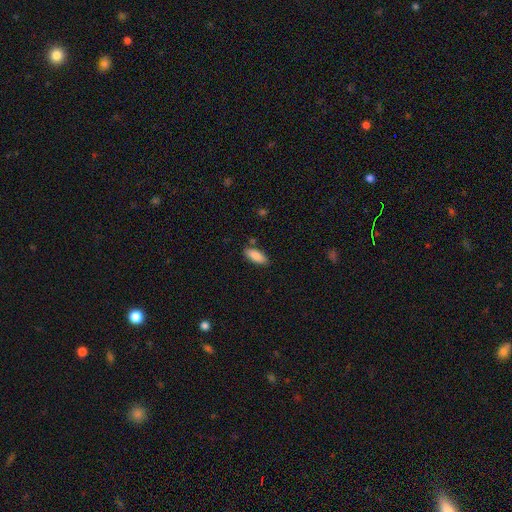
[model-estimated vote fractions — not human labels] Q: Smooth or featured?
A: smooth (86%); runner-up: featured or disk (8%)
Q: How rounded?
A: in between (77%); runner-up: cigar-shaped (21%)
Q: Merging?
A: none (83%); runner-up: minor disturbance (12%)